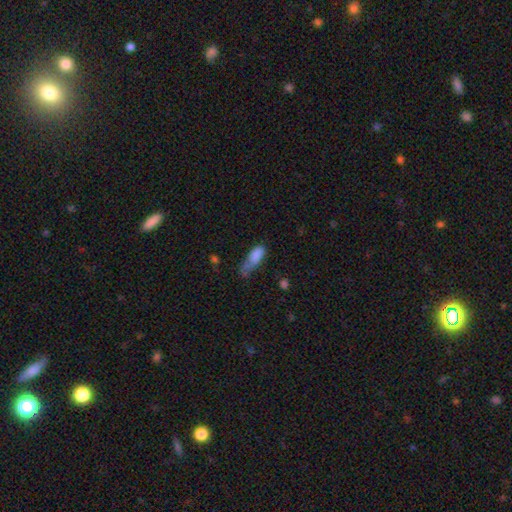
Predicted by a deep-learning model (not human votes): A smooth galaxy with no disk features (81%) that is in between round and cigar-shaped (68%).

Vote fractions:
- Smooth or featured? smooth: 81% / featured or disk: 11% / star or artifact: 8%
- How rounded? in between: 68% / cigar-shaped: 29% / round: 3%
- Merging? minor disturbance: 39% / major disturbance: 29% / none: 26% / merger: 6%